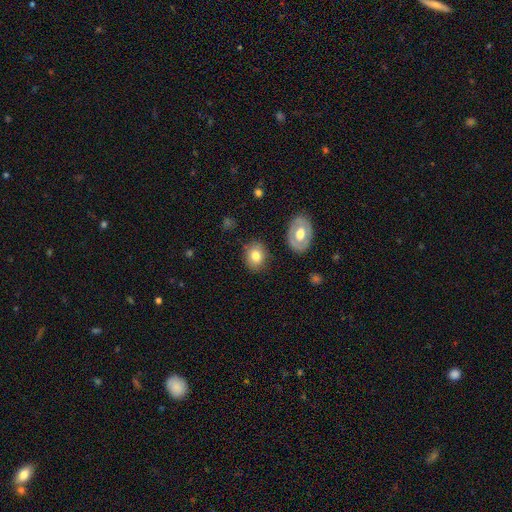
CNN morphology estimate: smooth 75%, featured or disk 16%, star or artifact 9%. Down the decision tree: how rounded — round (51%); merging — none (82%).